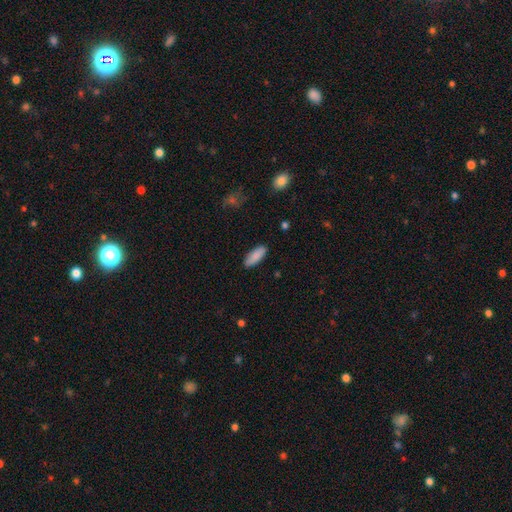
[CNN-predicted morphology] Overall: smooth (88%). How rounded: in between (67%; cigar-shaped 31%). Merging: none (89%).